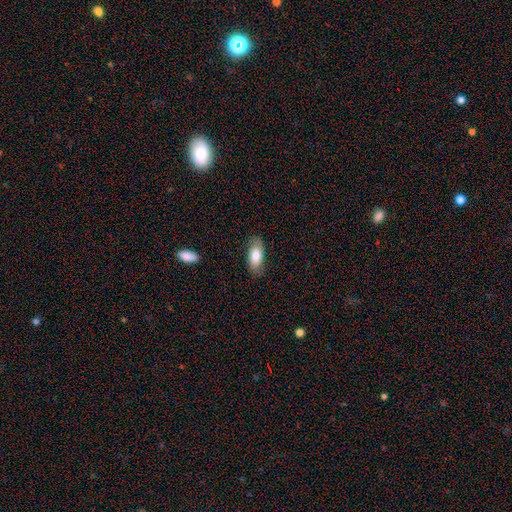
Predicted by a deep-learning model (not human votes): A smooth galaxy with no disk features (79%) that is in between round and cigar-shaped (87%).

Vote fractions:
- Smooth or featured? smooth: 79% / featured or disk: 15% / star or artifact: 6%
- How rounded? in between: 87% / cigar-shaped: 10% / round: 3%
- Merging? none: 83% / minor disturbance: 13% / major disturbance: 3% / merger: 1%